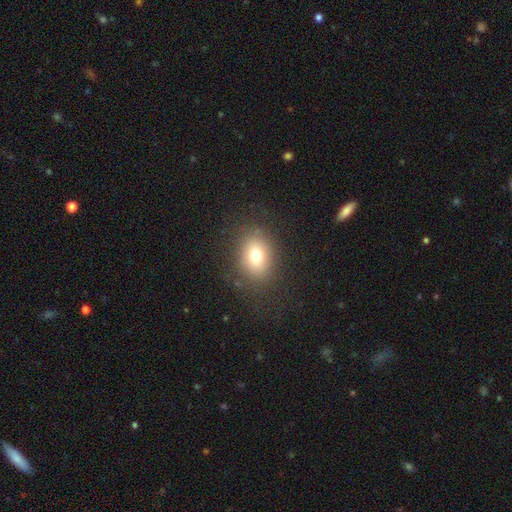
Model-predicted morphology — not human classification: A smooth galaxy with no disk features (76%) that is in between round and cigar-shaped (63%).

Vote fractions:
- Smooth or featured? smooth: 76% / featured or disk: 12% / star or artifact: 12%
- How rounded? in between: 63% / round: 36% / cigar-shaped: 1%
- Merging? none: 82% / minor disturbance: 12% / major disturbance: 6% / merger: 1%